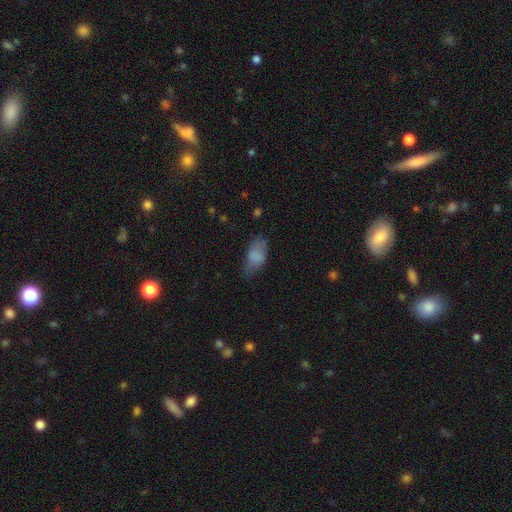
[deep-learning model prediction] The model was most divided on "merging": none: 54%, minor disturbance: 31%, major disturbance: 13%, merger: 2%. More confident: how rounded — in between (92%); smooth or featured — smooth (79%).